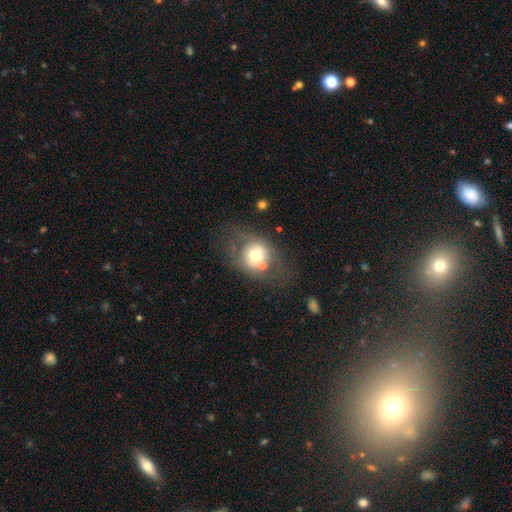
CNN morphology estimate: This is possibly a smooth galaxy (55%). How rounded: possibly round (54%). Merging: possibly none (56%).